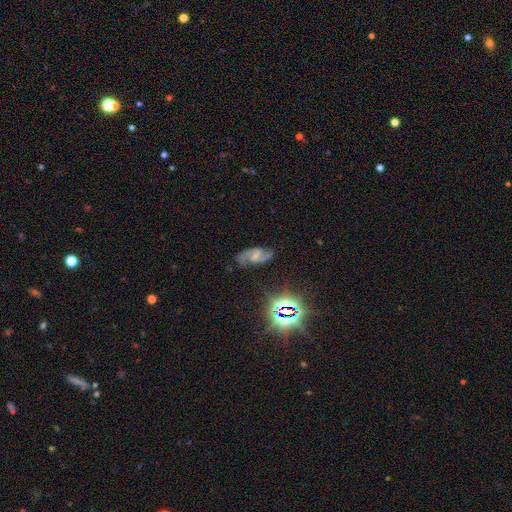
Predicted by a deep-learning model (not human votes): Overall: featured or disk (80%). Edge-on disk: no (96%). Bar: weak (47%; no 28%). Spiral arms: yes (96%). Spiral arm count: 2 (92%). Spiral winding: medium (51%; loose 35%). Bulge size: small (36%, tied with none). Merging: none (76%).